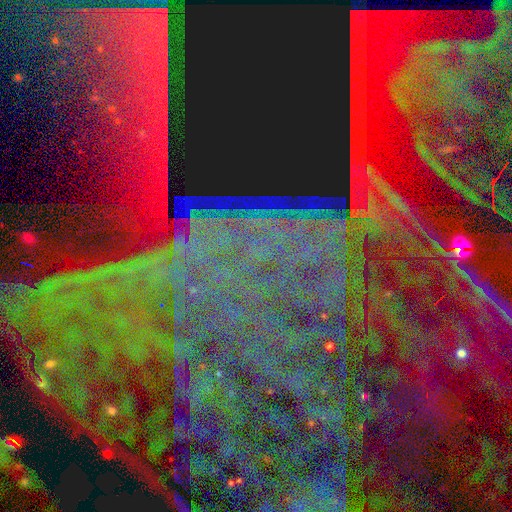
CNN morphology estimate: A star or artifact, not a galaxy (88%).